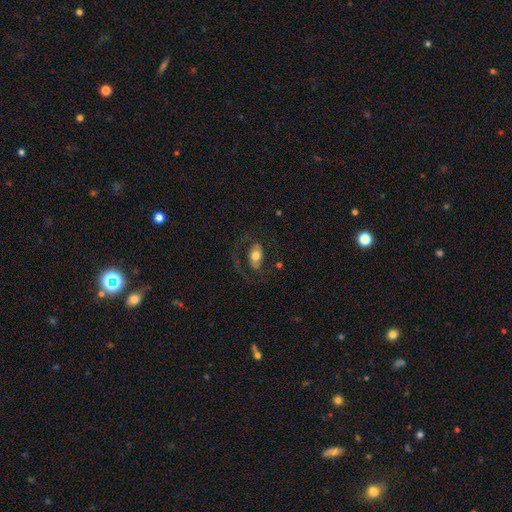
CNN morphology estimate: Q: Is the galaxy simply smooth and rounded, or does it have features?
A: smooth — 53%.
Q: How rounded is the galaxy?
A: in between — 90%.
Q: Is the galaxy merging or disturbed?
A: none — 61%.